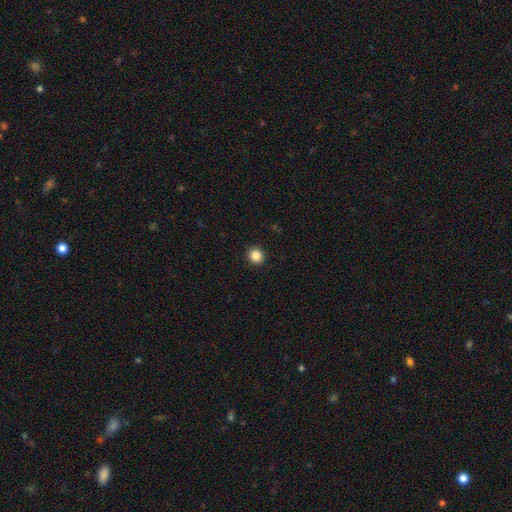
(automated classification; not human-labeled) Q: Smooth or featured?
A: smooth (86%); runner-up: star or artifact (11%)
Q: How rounded?
A: round (90%); runner-up: in between (10%)
Q: Merging?
A: none (93%); runner-up: minor disturbance (5%)